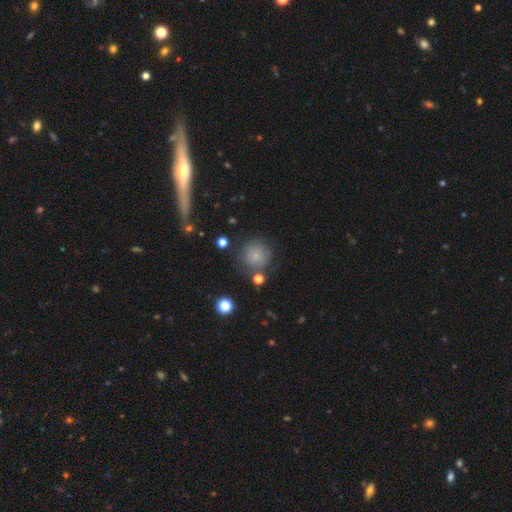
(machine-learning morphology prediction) This appears to be a smooth galaxy with no disk features (74%) that is round (94%). Merging: none (75%).